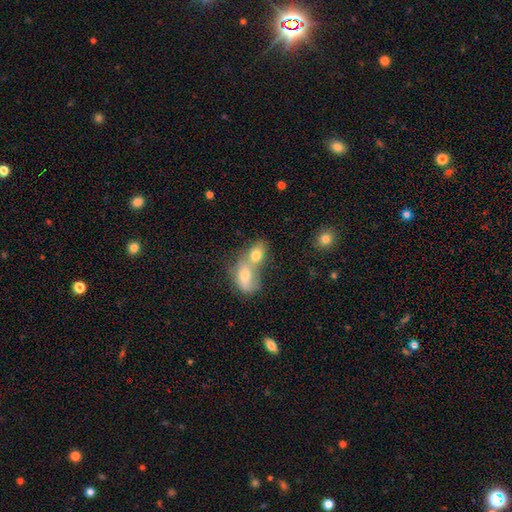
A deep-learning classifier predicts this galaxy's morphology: This is likely a smooth galaxy (71%). How rounded: likely in between (72%). Merging: likely merger (74%).